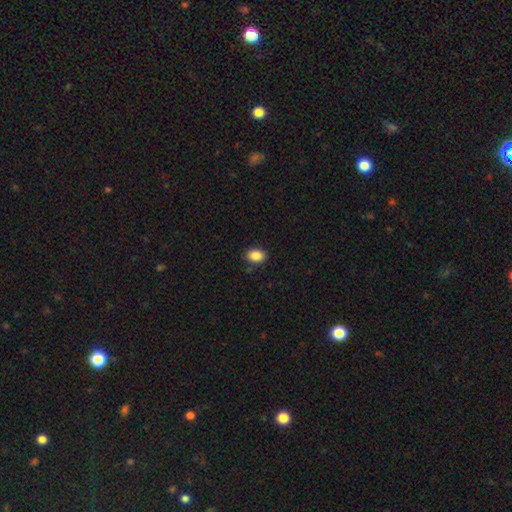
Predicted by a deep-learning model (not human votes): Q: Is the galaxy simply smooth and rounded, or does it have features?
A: smooth — 87%.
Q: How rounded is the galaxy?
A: in between — 73%.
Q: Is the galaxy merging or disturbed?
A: none — 88%.